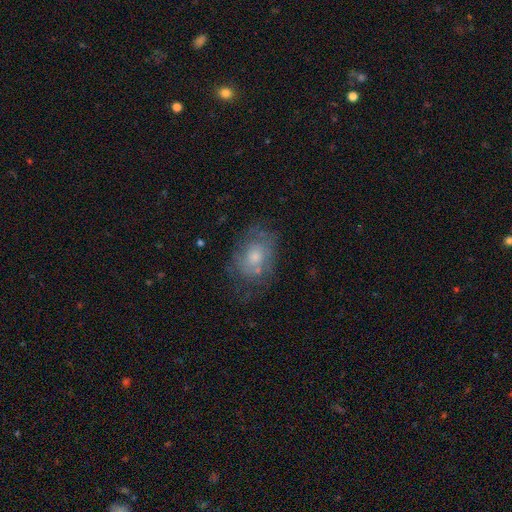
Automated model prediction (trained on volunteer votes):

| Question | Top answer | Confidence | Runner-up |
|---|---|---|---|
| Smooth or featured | smooth | 51% | featured or disk (40%) |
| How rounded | in between | 72% | round (27%) |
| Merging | none | 54% | minor disturbance (26%) |